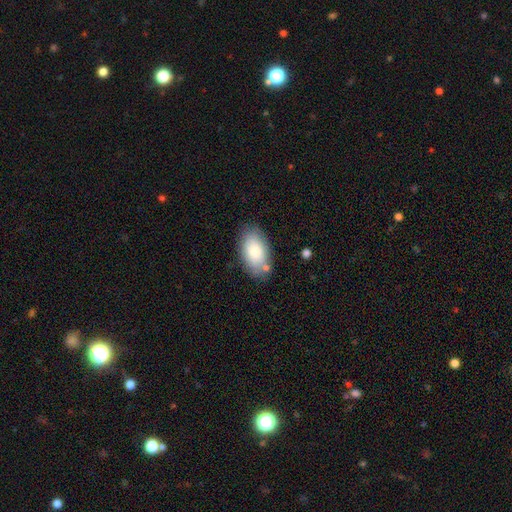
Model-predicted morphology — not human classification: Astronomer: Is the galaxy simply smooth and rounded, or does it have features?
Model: smooth — 80%.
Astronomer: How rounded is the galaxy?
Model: in between — 94%.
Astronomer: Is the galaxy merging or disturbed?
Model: none — 75%.